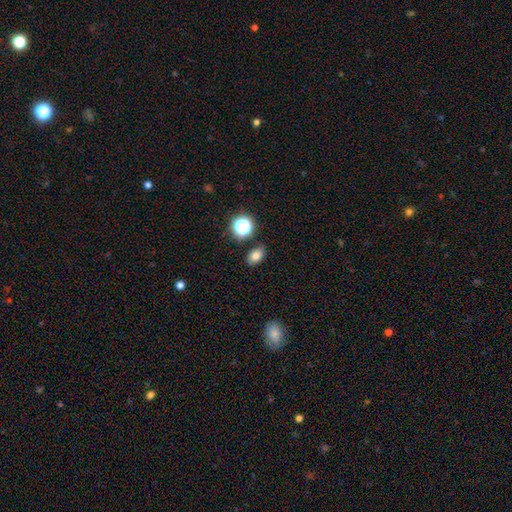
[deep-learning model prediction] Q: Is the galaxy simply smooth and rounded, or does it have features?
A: smooth — 78%.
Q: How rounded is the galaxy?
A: in between — 77%.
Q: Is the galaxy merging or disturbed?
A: none — 84%.